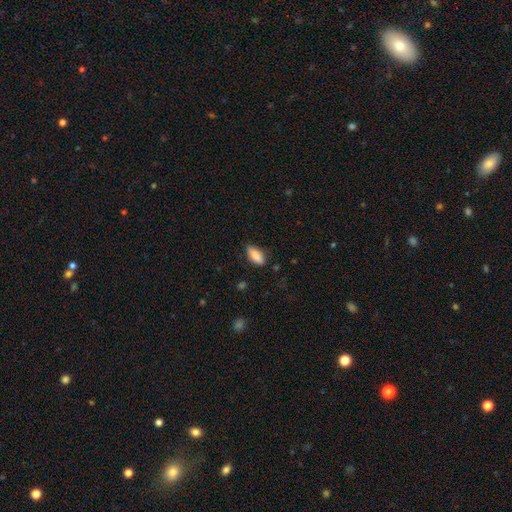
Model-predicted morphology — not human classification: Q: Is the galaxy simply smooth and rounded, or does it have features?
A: smooth — 86%.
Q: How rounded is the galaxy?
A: in between — 83%.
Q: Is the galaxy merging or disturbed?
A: none — 80%.